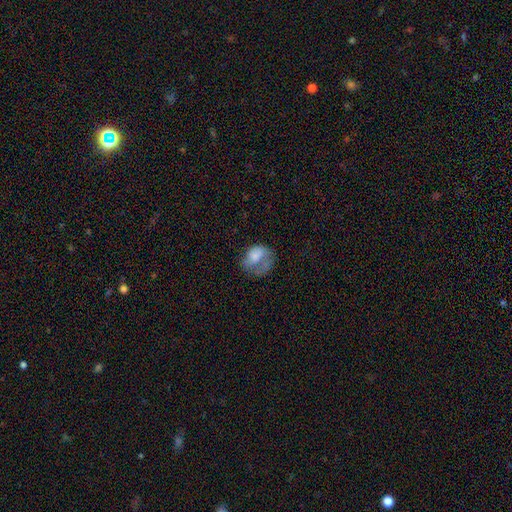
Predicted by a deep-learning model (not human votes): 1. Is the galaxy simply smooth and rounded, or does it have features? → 62% smooth, 28% featured or disk, 9% star or artifact.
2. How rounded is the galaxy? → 53% in between, 46% round, 1% cigar-shaped.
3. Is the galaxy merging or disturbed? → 40% major disturbance, 30% none, 26% minor disturbance, 4% merger.